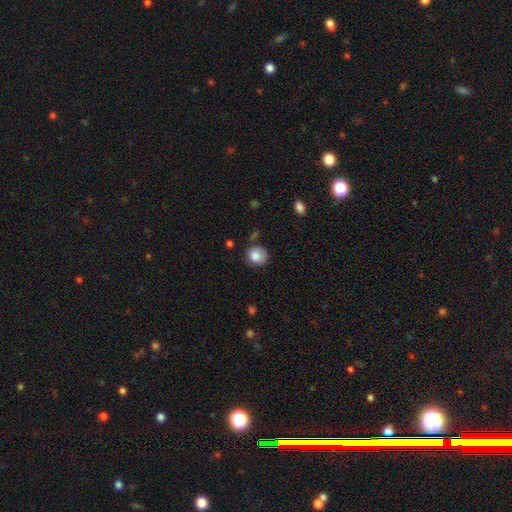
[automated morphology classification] smooth 85%, star or artifact 9%, featured or disk 6%. Down the decision tree: how rounded — round (82%); merging — none (71%).